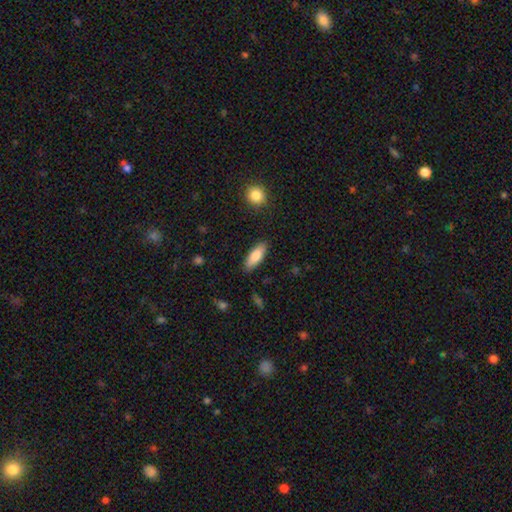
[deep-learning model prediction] Q: Smooth or featured?
A: smooth (81%); runner-up: featured or disk (13%)
Q: How rounded?
A: in between (67%); runner-up: cigar-shaped (31%)
Q: Merging?
A: none (86%); runner-up: minor disturbance (10%)